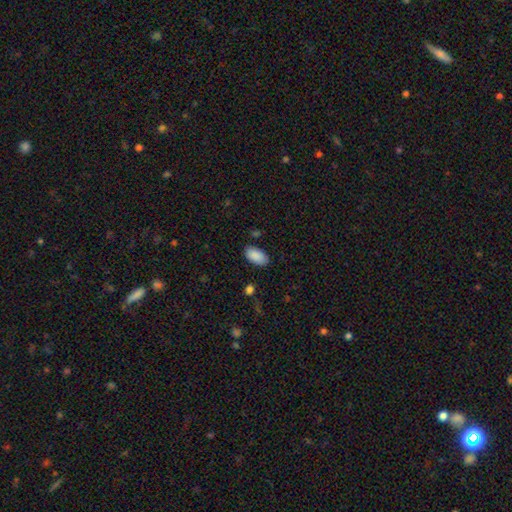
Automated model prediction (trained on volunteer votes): smooth 90%, star or artifact 6%, featured or disk 4%. Down the decision tree: how rounded — in between (95%); merging — none (84%).